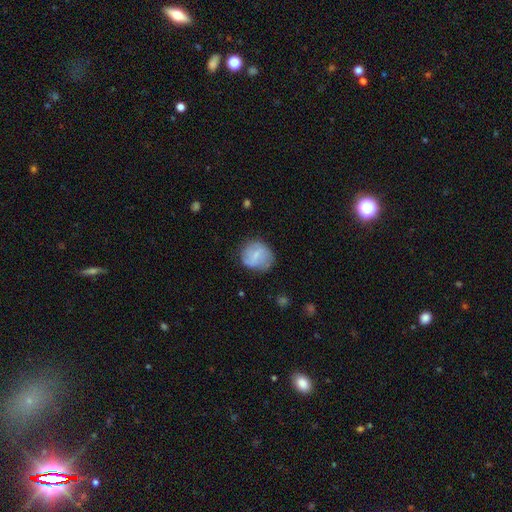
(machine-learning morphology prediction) A smooth galaxy with no disk features (60%) that is round (77%).

Vote fractions:
- Smooth or featured? smooth: 60% / featured or disk: 33% / star or artifact: 7%
- How rounded? round: 77% / in between: 22% / cigar-shaped: 1%
- Merging? none: 69% / minor disturbance: 21% / major disturbance: 8% / merger: 2%